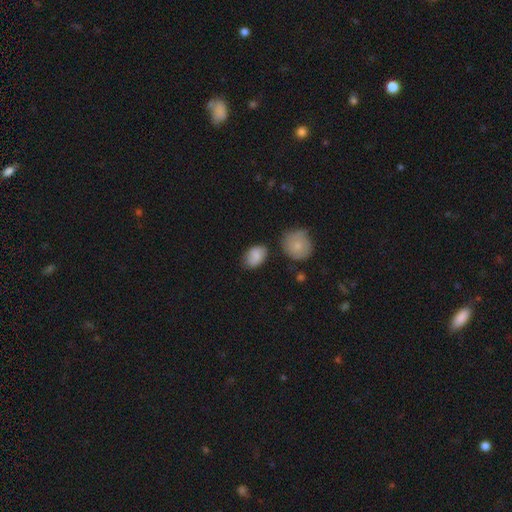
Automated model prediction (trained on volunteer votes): smooth_or_featured: smooth (p=0.84) [alt: featured or disk p=0.09]
how_rounded: in between (p=0.83) [alt: round p=0.16]
merging: none (p=0.73) [alt: minor disturbance p=0.18]